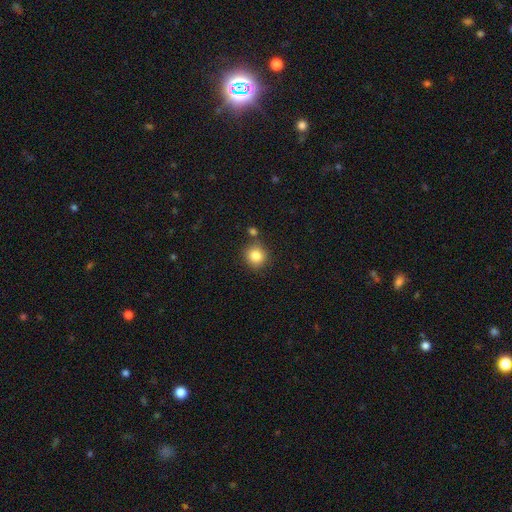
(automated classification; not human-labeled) The model was most divided on "merging": none: 77%, minor disturbance: 11%, merger: 9%, major disturbance: 3%. More confident: how rounded — round (88%); smooth or featured — smooth (84%).